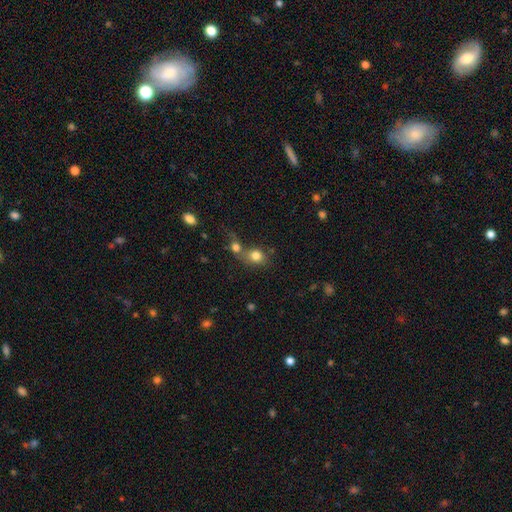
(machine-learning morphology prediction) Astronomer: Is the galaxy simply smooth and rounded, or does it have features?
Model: smooth — 80%.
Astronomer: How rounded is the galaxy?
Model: round — 64%.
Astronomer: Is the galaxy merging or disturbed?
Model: merger — 51% (runner-up: none, 35%).